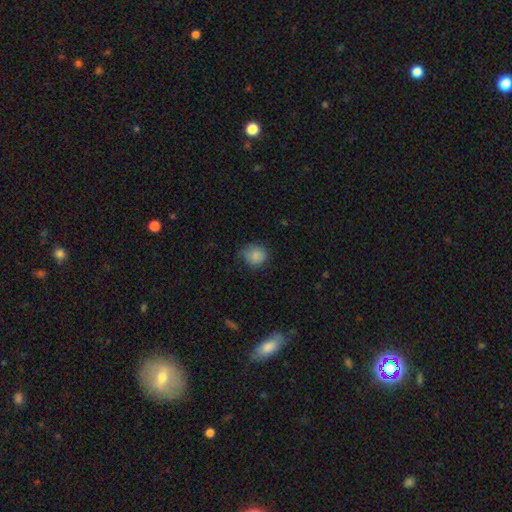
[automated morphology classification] type=smooth (86%); roundness=round (82%); merging=none (65%).